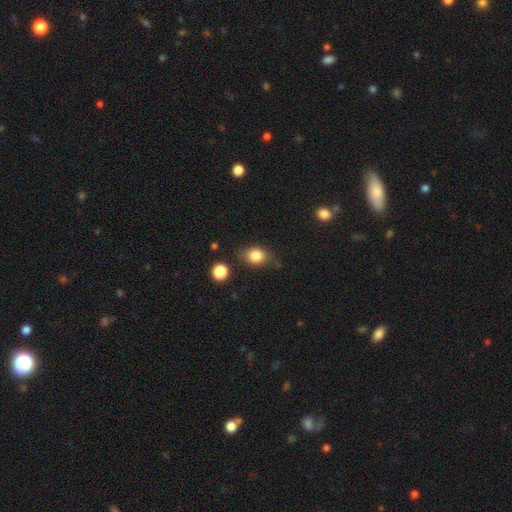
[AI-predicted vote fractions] This is clearly a smooth galaxy (82%). How rounded: possibly in between (52%). Merging: likely none (69%).